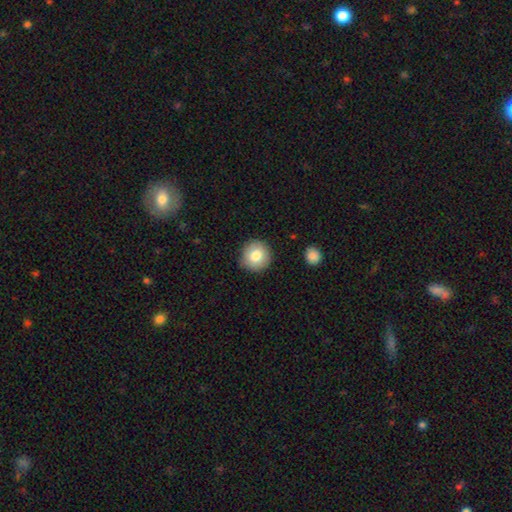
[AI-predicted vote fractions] Smooth or featured: smooth — 81% (featured or disk — 11%)
How rounded: round — 93% (in between — 6%)
Merging: none — 88% (minor disturbance — 8%)